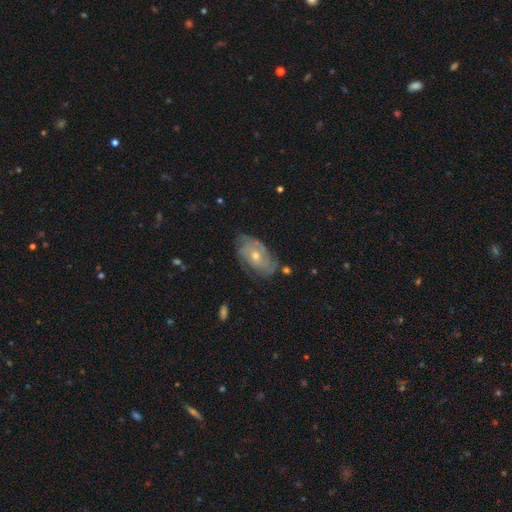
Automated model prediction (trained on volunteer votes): The model was most divided on "spiral arm count": can't tell: 42%, 2: 29%, 3: 16%, 4: 6%, 1: 4%, more than 4: 4%. More confident: edge-on disk — no (94%); spiral arms — yes (85%); bar — no (75%); smooth or featured — featured or disk (72%); merging — none (70%); spiral winding — tight (58%); bulge size — moderate (56%).